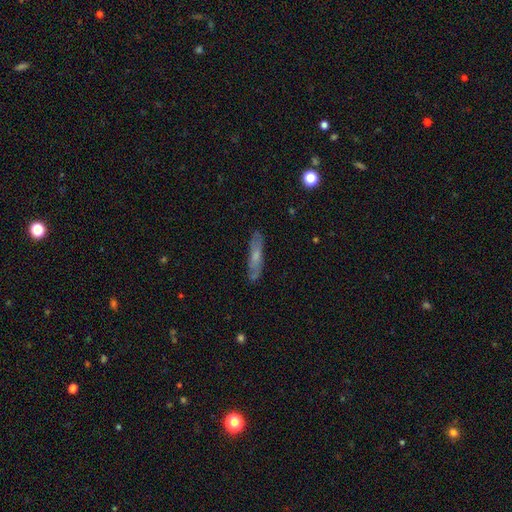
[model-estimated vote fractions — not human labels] smooth_or_featured: smooth (p=0.55) [alt: featured or disk p=0.38]
how_rounded: cigar-shaped (p=0.80) [alt: in between p=0.18]
merging: none (p=0.81) [alt: minor disturbance p=0.14]